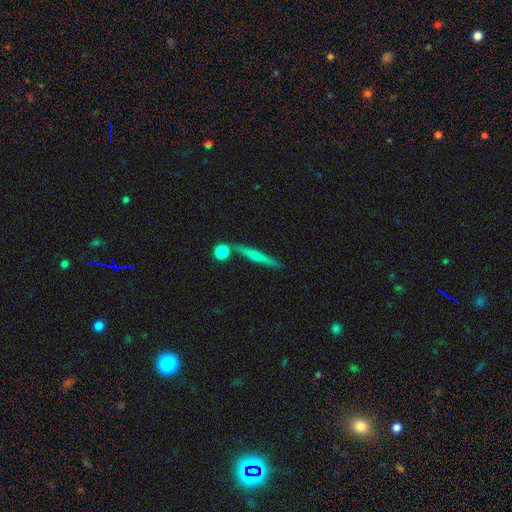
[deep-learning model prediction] Smooth or featured? smooth (55%)
How rounded? cigar-shaped (91%)
Merging? none (80%)